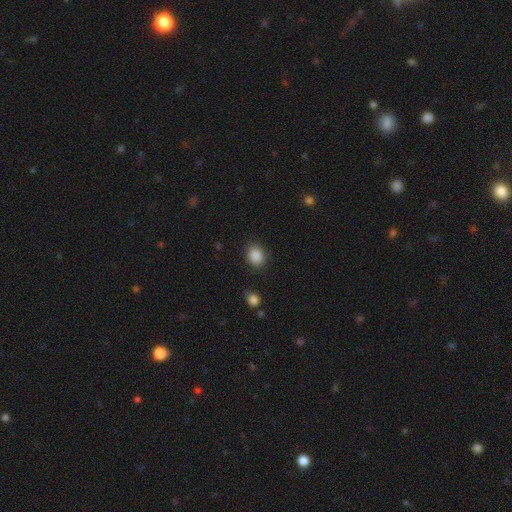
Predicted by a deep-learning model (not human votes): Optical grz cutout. It shows a smooth galaxy with no disk features (88%) that is in between round and cigar-shaped (53%). Merging: none (83%).